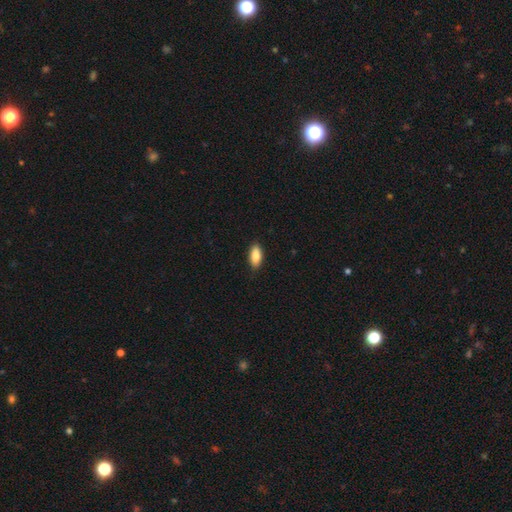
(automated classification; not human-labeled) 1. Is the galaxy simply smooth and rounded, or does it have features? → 86% smooth, 7% featured or disk, 6% star or artifact.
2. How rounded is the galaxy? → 88% in between, 10% cigar-shaped, 2% round.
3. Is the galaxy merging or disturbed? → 88% none, 9% minor disturbance, 2% major disturbance, 1% merger.